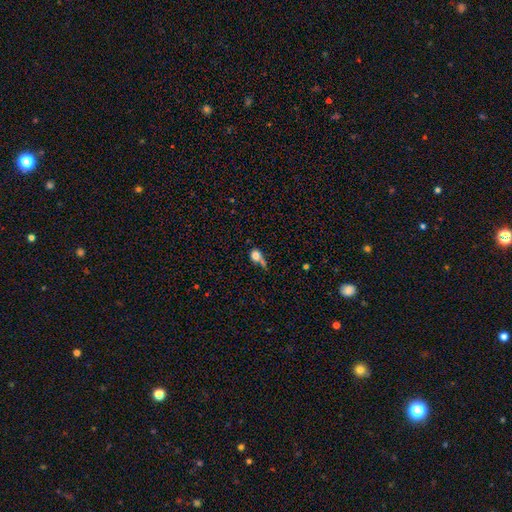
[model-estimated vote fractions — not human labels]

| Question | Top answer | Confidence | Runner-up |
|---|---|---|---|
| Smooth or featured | smooth | 77% | featured or disk (12%) |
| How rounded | round | 58% | in between (39%) |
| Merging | none | 33% | merger (29%) |